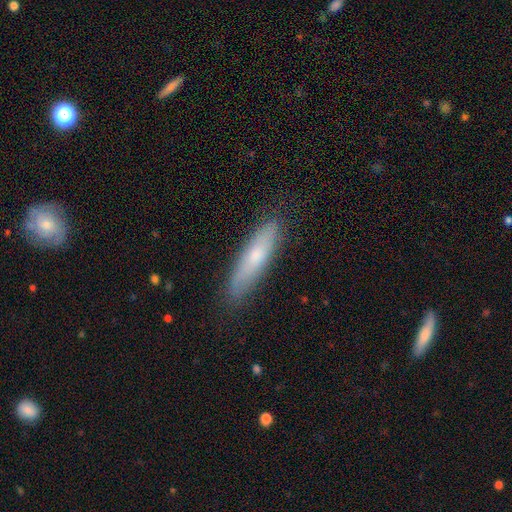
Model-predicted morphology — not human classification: A smooth galaxy with no disk features (64%) that is cigar-shaped (78%). Merging: none (83%).